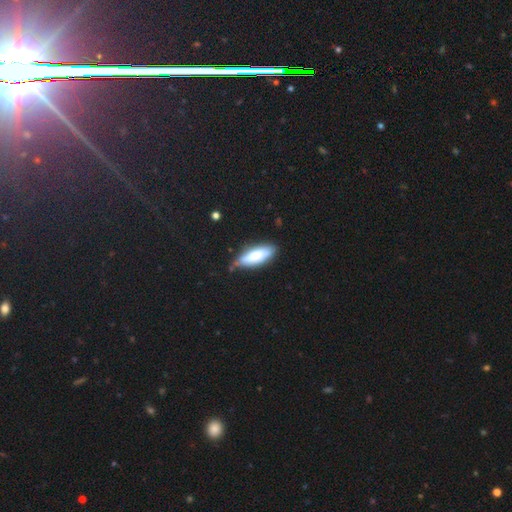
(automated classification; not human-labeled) This is likely a smooth galaxy (71%). How rounded: likely in between (62%). Merging: likely none (71%).